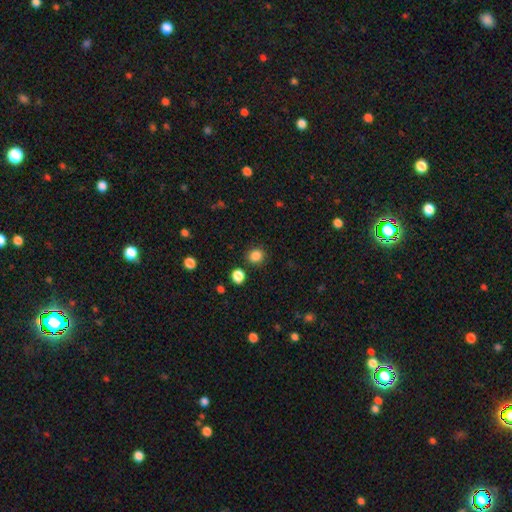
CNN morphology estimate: Smooth or featured?
  - smooth: 85% *
  - star or artifact: 12%
  - featured or disk: 3%
How rounded?
  - round: 82% *
  - in between: 17%
  - cigar-shaped: 1%
Merging?
  - none: 85% *
  - minor disturbance: 8%
  - merger: 4%
  - major disturbance: 3%